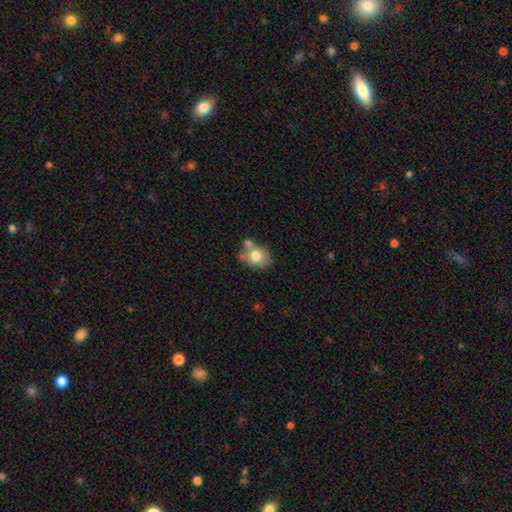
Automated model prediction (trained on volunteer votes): smooth-or-featured: smooth: 76% | featured or disk: 16% | star or artifact: 9%
  how-rounded: round: 57% | in between: 43% | cigar-shaped: 1%
  merging: none: 51% | merger: 26% | minor disturbance: 18% | major disturbance: 5%